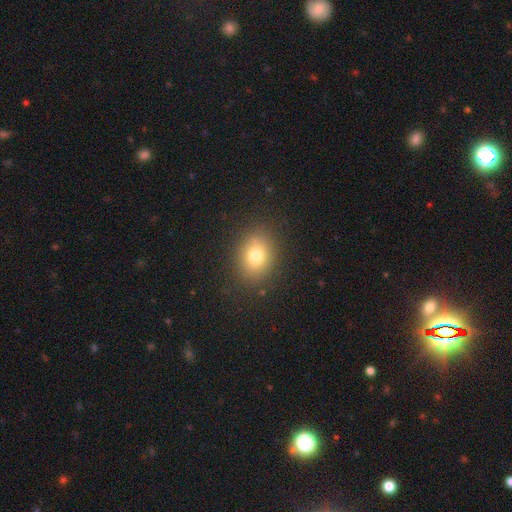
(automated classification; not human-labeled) smooth 76%, star or artifact 13%, featured or disk 10%. Down the decision tree: how rounded — round (52%); merging — none (86%).